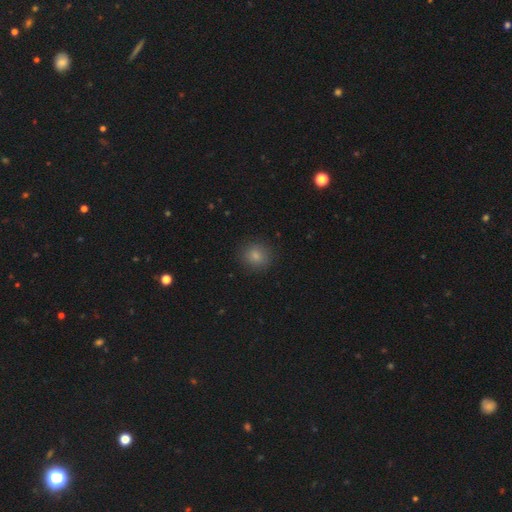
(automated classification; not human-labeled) Overall: smooth (83%). How rounded: round (83%). Merging: none (87%).